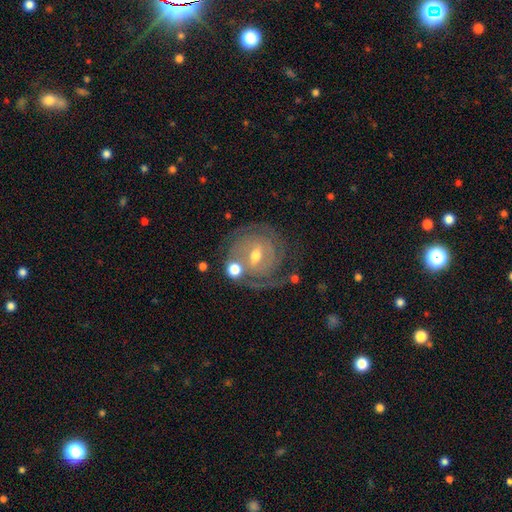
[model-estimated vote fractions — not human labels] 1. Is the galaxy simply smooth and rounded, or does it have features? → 83% featured or disk, 10% smooth, 6% star or artifact.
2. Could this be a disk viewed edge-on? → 97% no, 3% yes.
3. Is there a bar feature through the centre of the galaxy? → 53% weak, 27% no, 20% strong.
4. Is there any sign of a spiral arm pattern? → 93% yes, 7% no.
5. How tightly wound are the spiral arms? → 69% tight, 25% medium, 6% loose.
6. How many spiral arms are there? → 50% 2, 22% can't tell, 15% 3, 6% 1, 4% 4, 3% more than 4.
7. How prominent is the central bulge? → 61% moderate, 34% small, 3% large, 1% none, 1% dominant.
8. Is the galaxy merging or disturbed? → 65% none, 16% minor disturbance, 10% merger, 9% major disturbance.